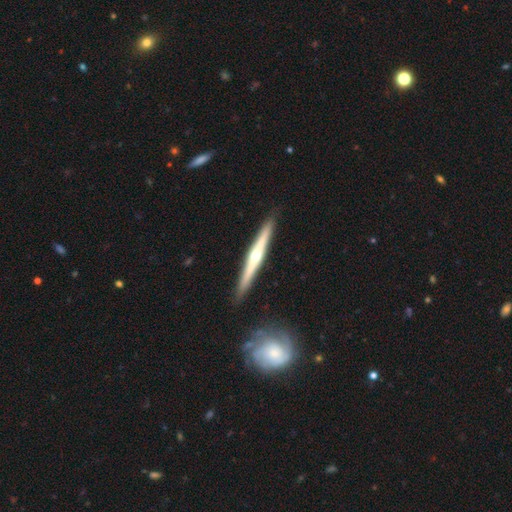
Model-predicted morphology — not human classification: A featured or disk galaxy (71%) viewed edge-on (97%) with a rounded central bulge (86%). Merging: none (90%).